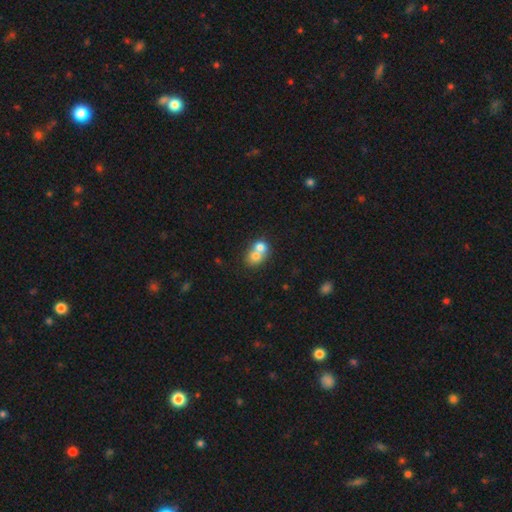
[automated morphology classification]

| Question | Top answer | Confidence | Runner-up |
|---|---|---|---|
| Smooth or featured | smooth | 70% | featured or disk (20%) |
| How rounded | round | 66% | in between (33%) |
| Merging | merger | 72% | none (21%) |